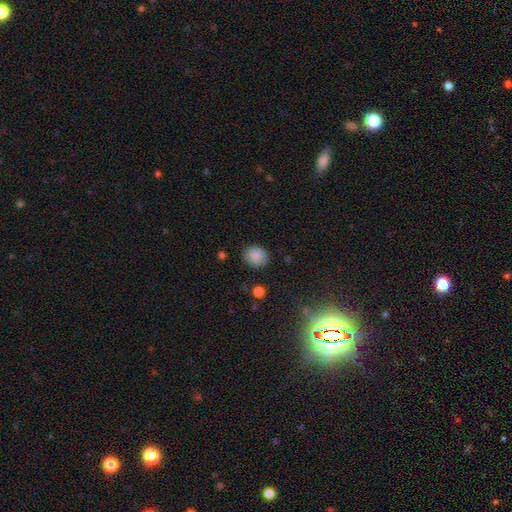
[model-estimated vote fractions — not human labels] Smooth or featured: smooth — 86% (star or artifact — 9%)
How rounded: round — 69% (in between — 30%)
Merging: none — 84% (minor disturbance — 12%)